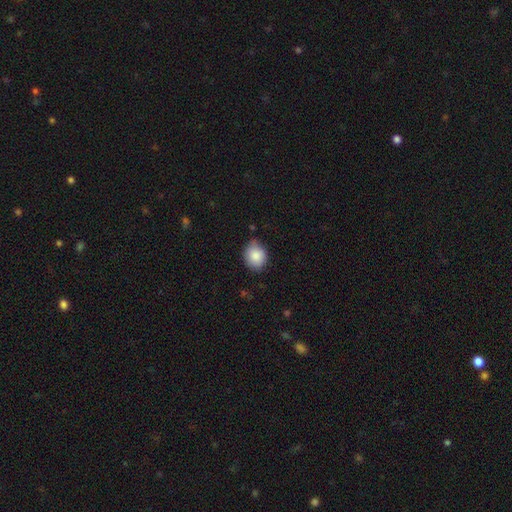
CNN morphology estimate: smooth_or_featured: smooth (p=0.86) [alt: star or artifact p=0.07]
how_rounded: round (p=0.60) [alt: in between p=0.39]
merging: none (p=0.72) [alt: minor disturbance p=0.23]